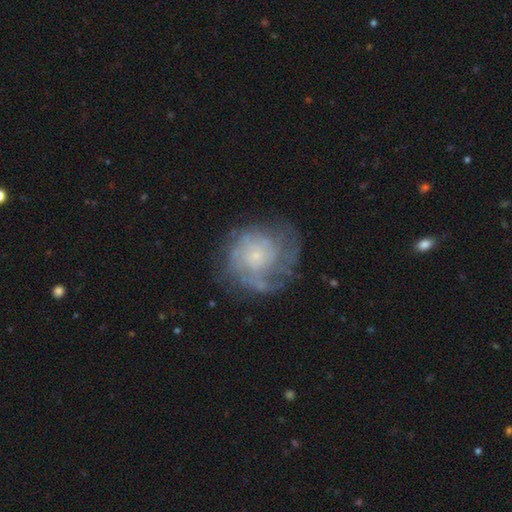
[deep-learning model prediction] Smooth or featured? featured or disk (70%)
Edge-on disk? no (98%)
Bar? no (81%)
Spiral arms? yes (81%)
Spiral winding? tight (58%)
Spiral arm count? can't tell (50%)
Bulge size? small (75%)
Merging? none (64%)